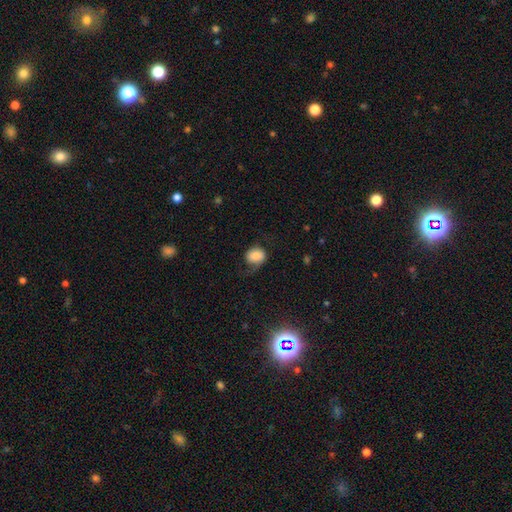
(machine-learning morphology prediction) This appears to be a smooth galaxy with no disk features (71%) that is round (56%). Merging: none (51%).